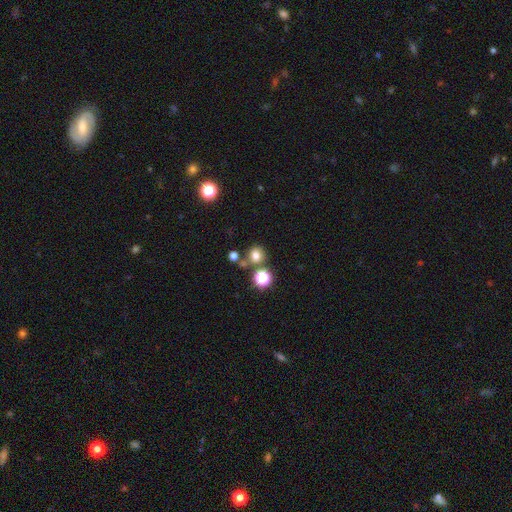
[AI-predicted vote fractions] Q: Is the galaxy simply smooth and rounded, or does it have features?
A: smooth — 73%.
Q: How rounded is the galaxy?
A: round — 82%.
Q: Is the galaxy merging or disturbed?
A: none — 69%.